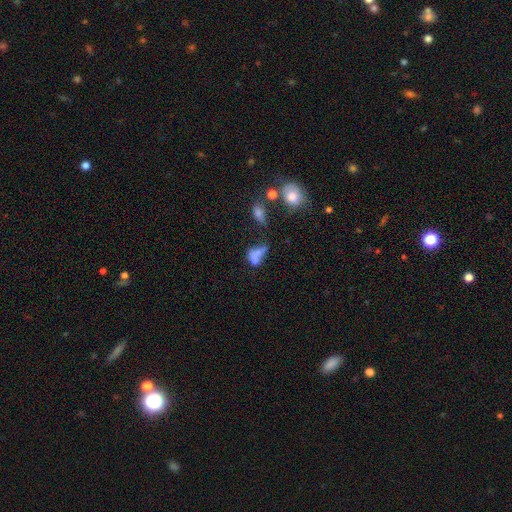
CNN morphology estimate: Smooth or featured?
  - smooth: 60% *
  - featured or disk: 26%
  - star or artifact: 15%
How rounded?
  - in between: 74% *
  - round: 22%
  - cigar-shaped: 4%
Merging?
  - merger: 48% *
  - none: 21%
  - major disturbance: 17%
  - minor disturbance: 13%